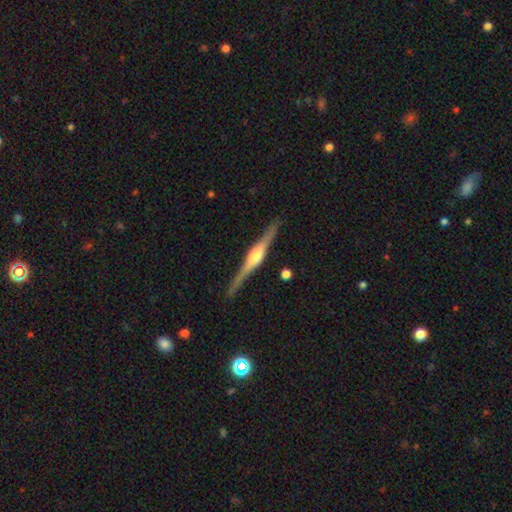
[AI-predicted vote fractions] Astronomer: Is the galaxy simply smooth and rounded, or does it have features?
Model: featured or disk — 84%.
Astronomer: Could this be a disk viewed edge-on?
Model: yes — 98%.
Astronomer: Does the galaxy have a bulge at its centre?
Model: rounded — 84%.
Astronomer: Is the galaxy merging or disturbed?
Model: none — 90%.